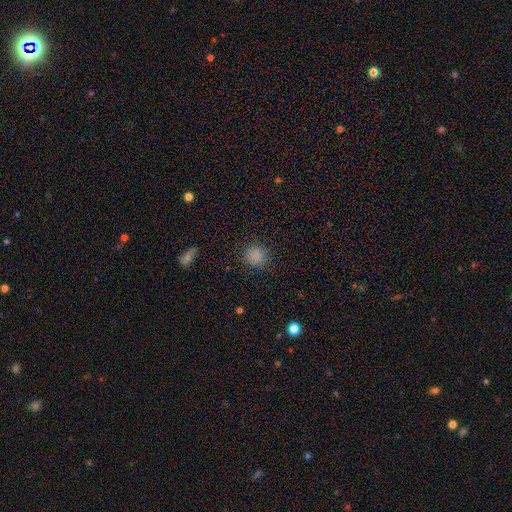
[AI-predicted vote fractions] A smooth galaxy with no disk features (83%) that is round (90%).

Vote fractions:
- Smooth or featured? smooth: 83% / star or artifact: 13% / featured or disk: 4%
- How rounded? round: 90% / in between: 9% / cigar-shaped: 1%
- Merging? none: 88% / minor disturbance: 8% / major disturbance: 3% / merger: 1%